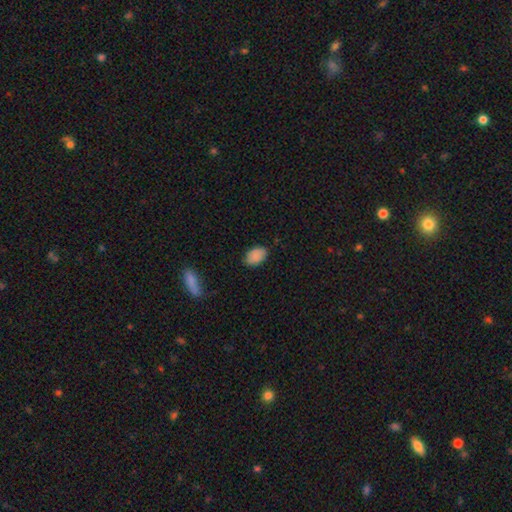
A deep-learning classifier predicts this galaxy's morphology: A smooth galaxy with no disk features (88%) that is in between round and cigar-shaped (90%).

Vote fractions:
- Smooth or featured? smooth: 88% / star or artifact: 8% / featured or disk: 4%
- How rounded? in between: 90% / round: 8% / cigar-shaped: 1%
- Merging? none: 82% / minor disturbance: 14% / major disturbance: 3% / merger: 1%